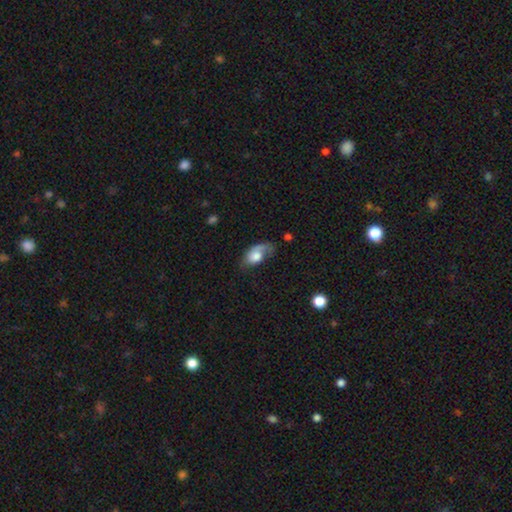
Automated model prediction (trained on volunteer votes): Overall: smooth (62%; featured or disk 31%). How rounded: in between (88%). Merging: major disturbance (33%, tied with none).